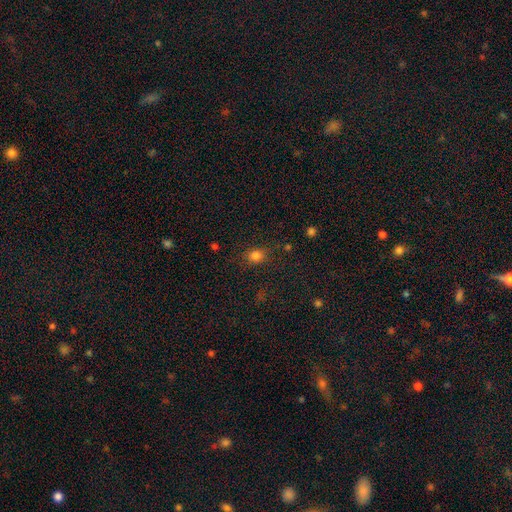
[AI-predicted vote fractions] Smooth or featured?
  - smooth: 81% *
  - star or artifact: 14%
  - featured or disk: 5%
How rounded?
  - round: 61% *
  - in between: 38%
  - cigar-shaped: 1%
Merging?
  - none: 81% *
  - minor disturbance: 13%
  - major disturbance: 4%
  - merger: 2%